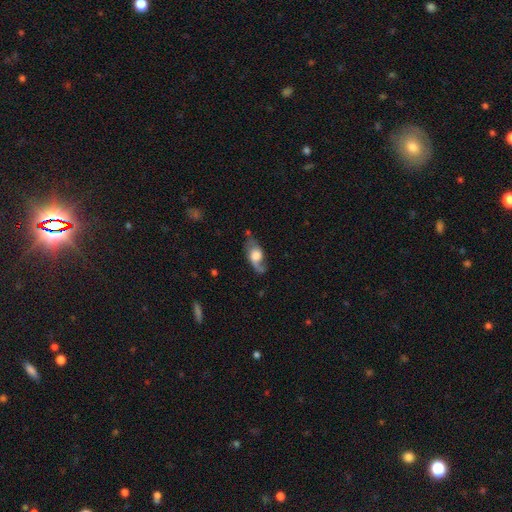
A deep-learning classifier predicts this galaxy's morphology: This appears to be a featured or disk galaxy (61%). Merging: none (55%).